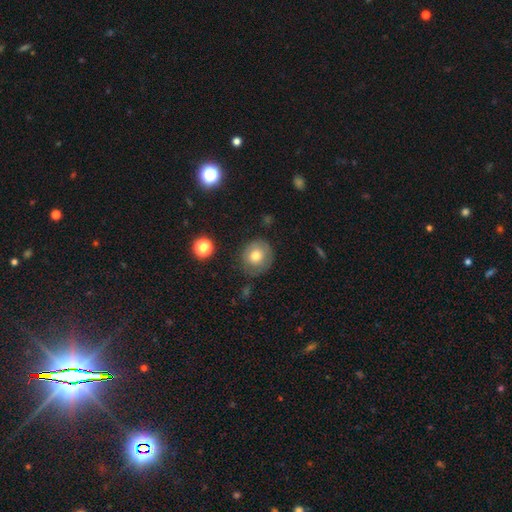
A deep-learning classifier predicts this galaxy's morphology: Smooth or featured: smooth — 74% (featured or disk — 16%)
How rounded: round — 88% (in between — 11%)
Merging: none — 73% (minor disturbance — 19%)